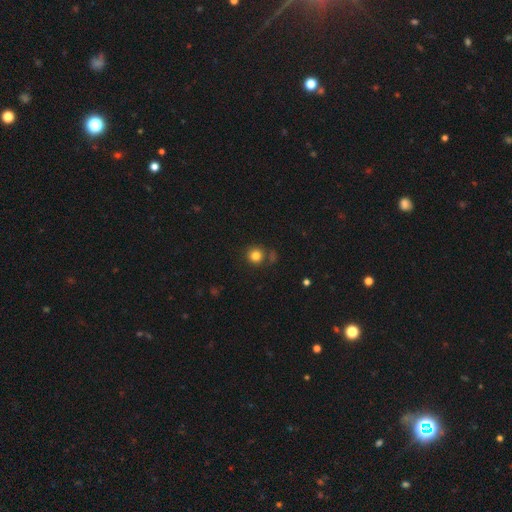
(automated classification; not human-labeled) A smooth galaxy with no disk features (82%) that is round (92%). Merging: none (78%).